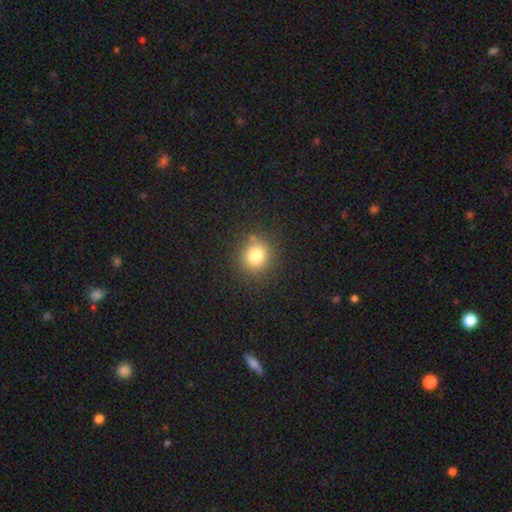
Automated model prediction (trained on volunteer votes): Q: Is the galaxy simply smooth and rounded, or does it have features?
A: smooth — 79%.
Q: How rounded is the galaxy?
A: round — 84%.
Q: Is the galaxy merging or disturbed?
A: none — 85%.